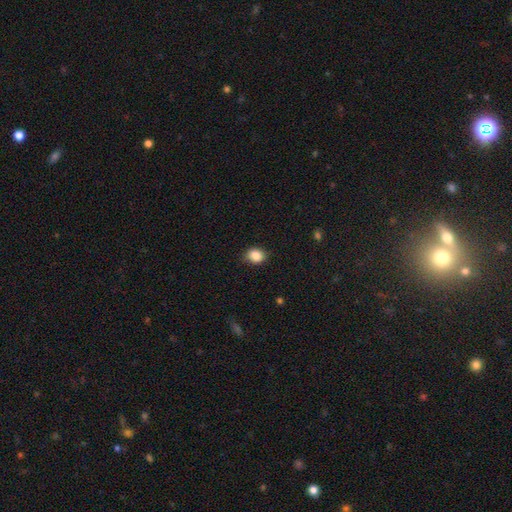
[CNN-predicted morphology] Overall: smooth (86%). How rounded: in between (51%; round 48%). Merging: none (85%).